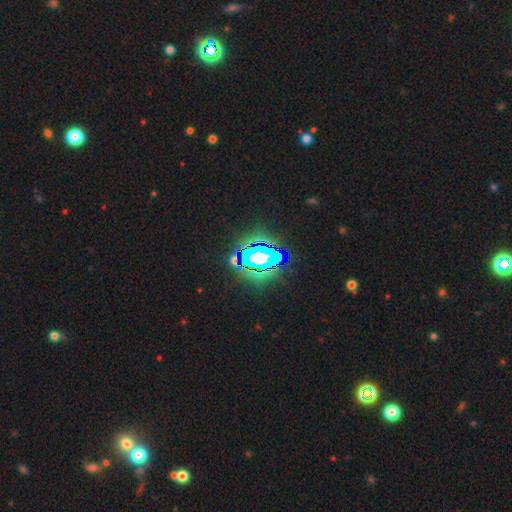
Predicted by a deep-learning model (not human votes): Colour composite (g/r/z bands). It shows a star or artifact, not a galaxy (66%).